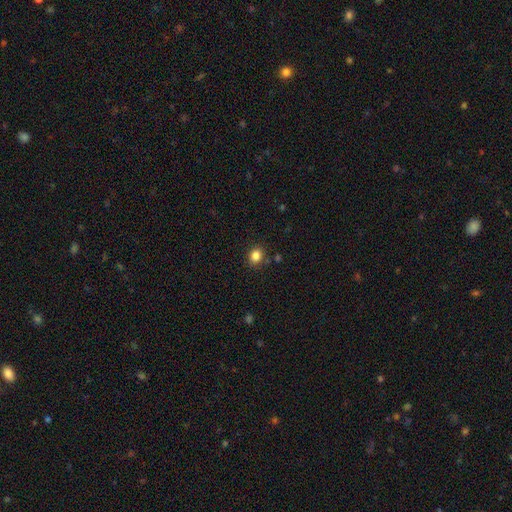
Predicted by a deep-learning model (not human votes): Q: Smooth or featured?
A: smooth (85%); runner-up: star or artifact (11%)
Q: How rounded?
A: round (60%); runner-up: in between (39%)
Q: Merging?
A: none (86%); runner-up: minor disturbance (9%)